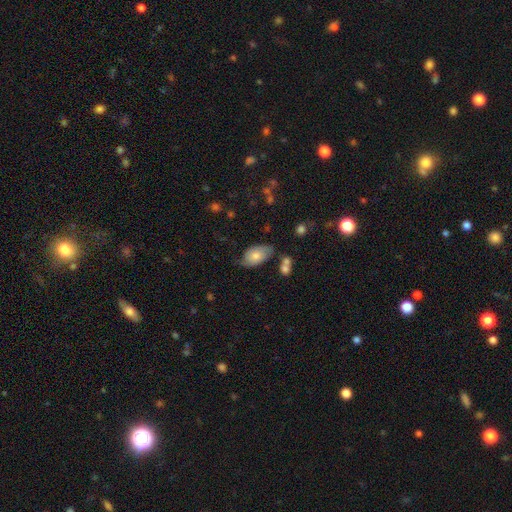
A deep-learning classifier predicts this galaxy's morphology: A smooth galaxy with no disk features (66%) that is in between round and cigar-shaped (92%). Merging: none (53%).